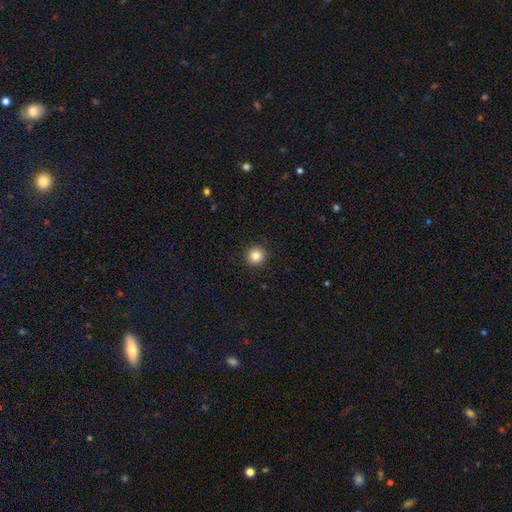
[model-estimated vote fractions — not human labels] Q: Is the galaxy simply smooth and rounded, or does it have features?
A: smooth — 84%.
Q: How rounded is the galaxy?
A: round — 95%.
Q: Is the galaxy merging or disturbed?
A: none — 93%.